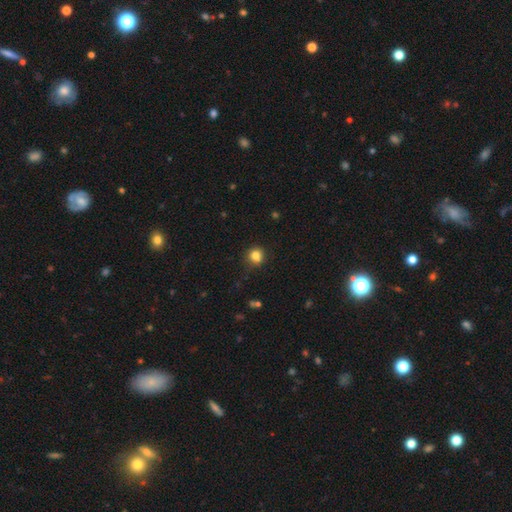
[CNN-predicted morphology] A smooth galaxy with no disk features (80%) that is round (85%).

Vote fractions:
- Smooth or featured? smooth: 80% / star or artifact: 12% / featured or disk: 7%
- How rounded? round: 85% / in between: 14% / cigar-shaped: 1%
- Merging? none: 72% / minor disturbance: 15% / merger: 9% / major disturbance: 4%